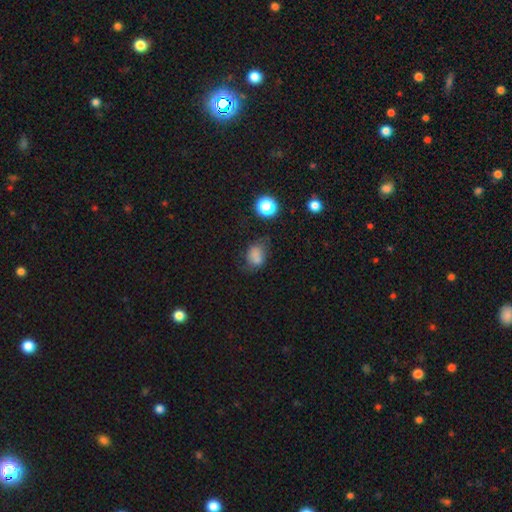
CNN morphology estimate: Smooth or featured: smooth — 73% (star or artifact — 15%)
How rounded: in between — 57% (round — 41%)
Merging: none — 46% (minor disturbance — 28%)